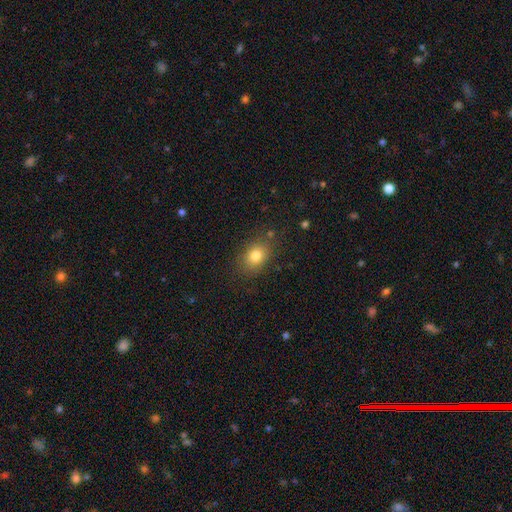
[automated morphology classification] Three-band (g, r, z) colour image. It shows a smooth galaxy with no disk features (79%) that is in between round and cigar-shaped (64%). Merging: none (81%).